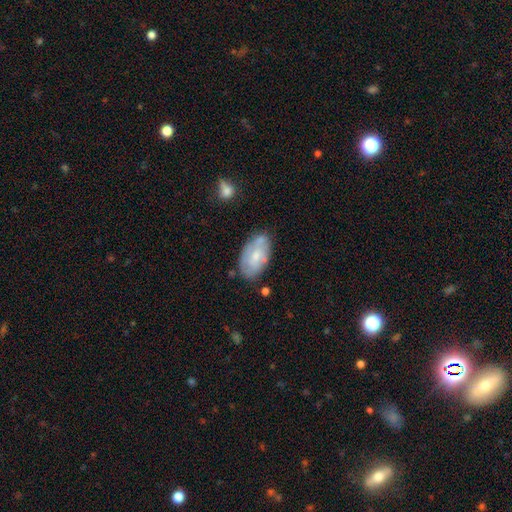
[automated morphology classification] smooth_or_featured: smooth (p=0.53) [alt: featured or disk p=0.40]
how_rounded: in between (p=0.94) [alt: round p=0.04]
merging: none (p=0.62) [alt: minor disturbance p=0.25]